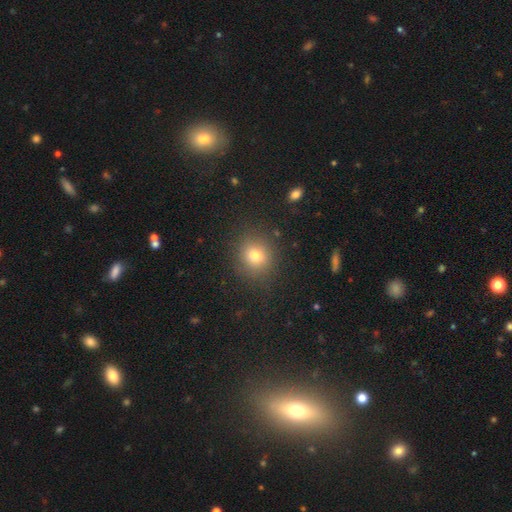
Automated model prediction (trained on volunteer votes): Smooth or featured? Predicted: smooth (p=0.76). How rounded? Predicted: round (p=0.82). Merging? Predicted: none (p=0.85).